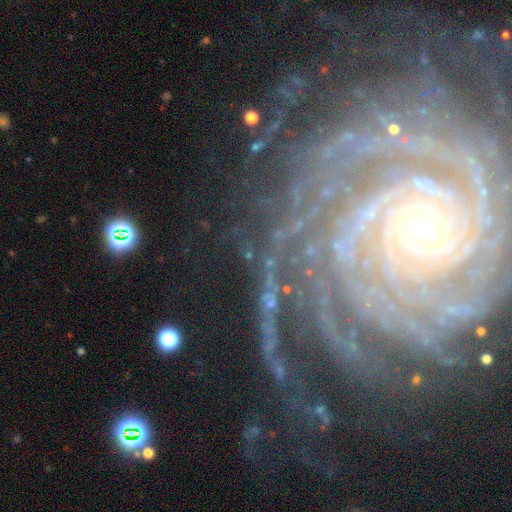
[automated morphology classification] Smooth or featured? featured or disk (90%)
Edge-on disk? no (97%)
Bar? no (55%)
Spiral arms? yes (98%)
Spiral winding? tight (84%)
Spiral arm count? more than 4 (33%)
Bulge size? moderate (48%)
Merging? none (76%)